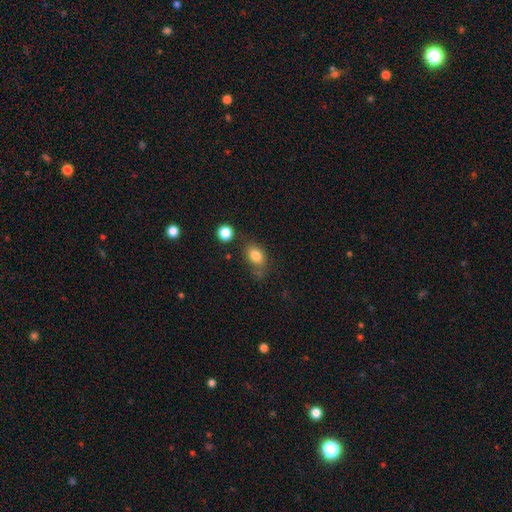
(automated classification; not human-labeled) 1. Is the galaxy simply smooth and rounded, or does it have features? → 81% smooth, 10% star or artifact, 9% featured or disk.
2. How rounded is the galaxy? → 77% in between, 21% round, 2% cigar-shaped.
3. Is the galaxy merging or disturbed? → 65% none, 20% minor disturbance, 8% merger, 7% major disturbance.